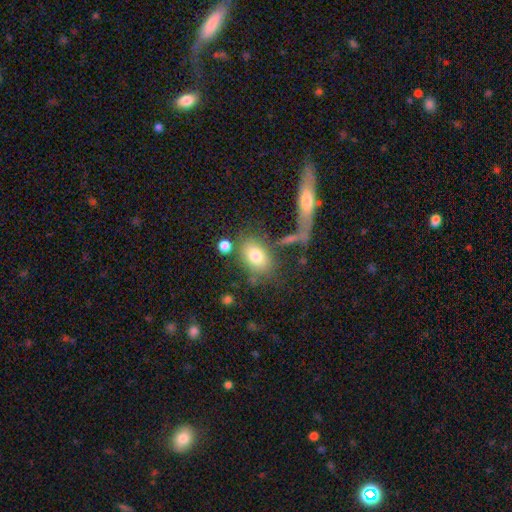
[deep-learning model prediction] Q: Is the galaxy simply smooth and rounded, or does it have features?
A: smooth — 77%.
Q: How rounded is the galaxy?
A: in between — 76%.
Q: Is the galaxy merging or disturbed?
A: none — 61%.